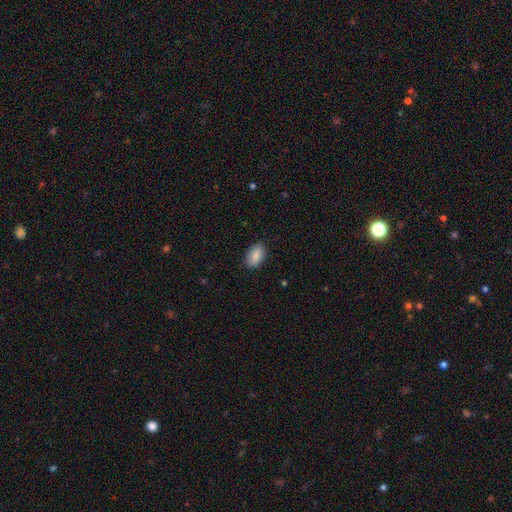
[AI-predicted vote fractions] A smooth galaxy with no disk features (87%) that is in between round and cigar-shaped (93%). Merging: none (87%).